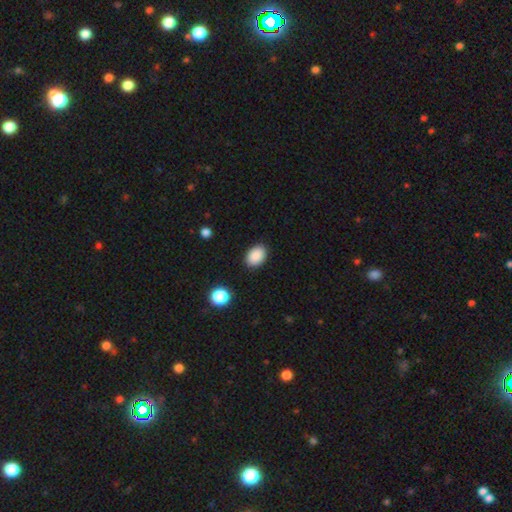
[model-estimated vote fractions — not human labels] Morphology: type=smooth (89%); roundness=in between (80%); merging=none (88%).